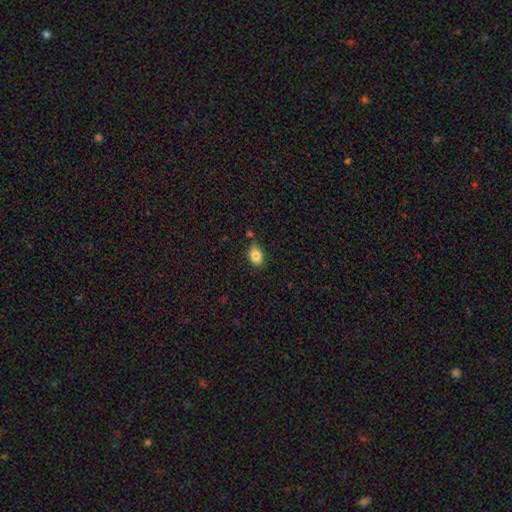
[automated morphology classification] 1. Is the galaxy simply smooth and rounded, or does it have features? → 84% smooth, 9% star or artifact, 7% featured or disk.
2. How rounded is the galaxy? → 80% in between, 19% round, 1% cigar-shaped.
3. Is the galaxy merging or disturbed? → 75% none, 17% minor disturbance, 5% merger, 3% major disturbance.